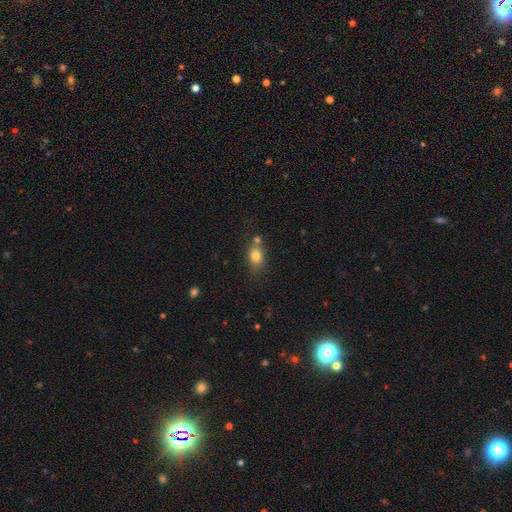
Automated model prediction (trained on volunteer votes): The model was most divided on "merging": none: 54%, merger: 25%, minor disturbance: 16%, major disturbance: 5%. More confident: smooth or featured — smooth (79%); how rounded — in between (66%).